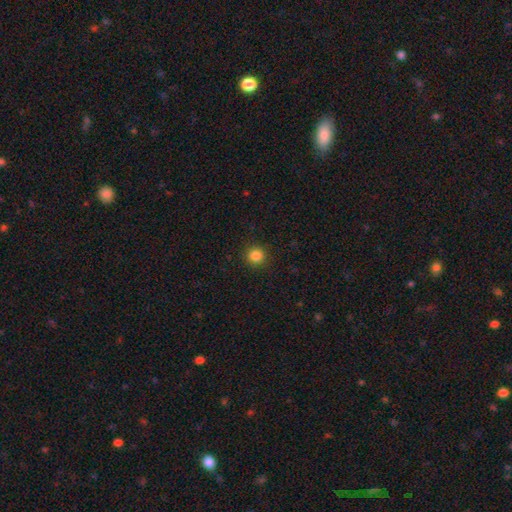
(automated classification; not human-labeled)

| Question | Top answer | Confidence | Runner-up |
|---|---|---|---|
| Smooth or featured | smooth | 84% | star or artifact (12%) |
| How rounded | round | 94% | in between (5%) |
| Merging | none | 92% | minor disturbance (5%) |